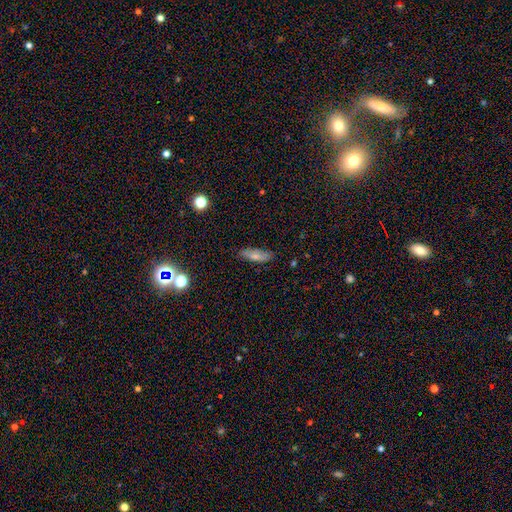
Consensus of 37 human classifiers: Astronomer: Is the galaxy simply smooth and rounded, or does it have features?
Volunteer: smooth — 86%.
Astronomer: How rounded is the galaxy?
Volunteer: in between — 72%.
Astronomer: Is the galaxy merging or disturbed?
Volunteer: none — 78%.